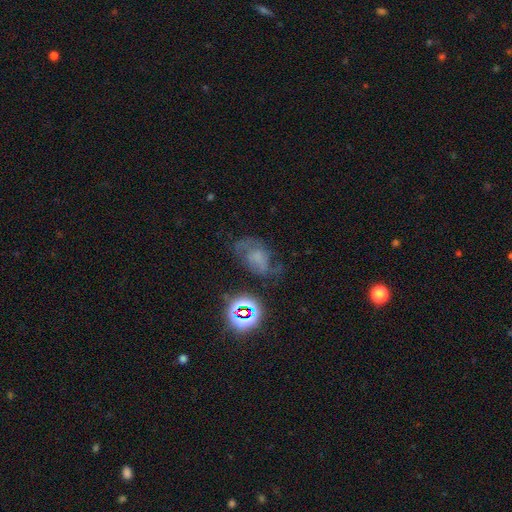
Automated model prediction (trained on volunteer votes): A featured or disk galaxy (45%). Merging: none (48%).